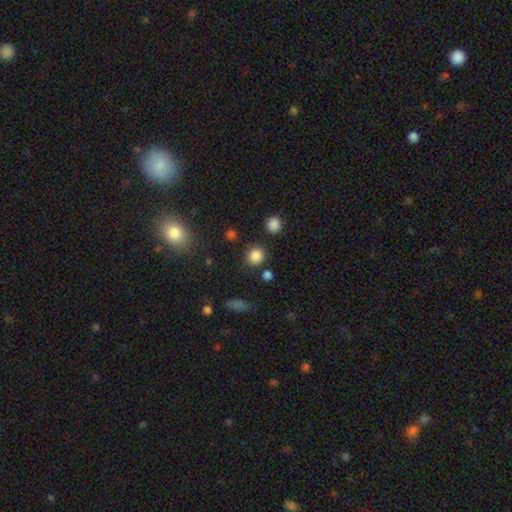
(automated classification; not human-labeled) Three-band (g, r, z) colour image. It shows a smooth galaxy with no disk features (83%) that is round (87%). Merging: none (83%).